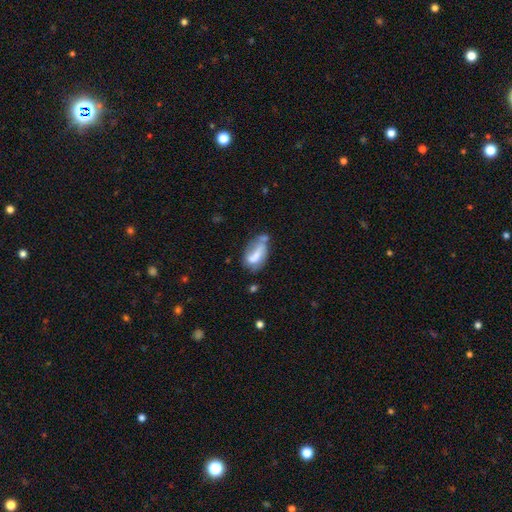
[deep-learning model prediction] smooth_or_featured: smooth (p=0.54) [alt: featured or disk p=0.37]
how_rounded: in between (p=0.85) [alt: cigar-shaped p=0.10]
merging: none (p=0.30) [alt: minor disturbance p=0.28]